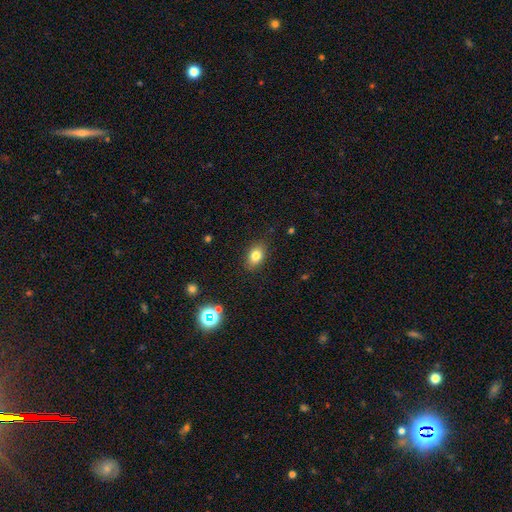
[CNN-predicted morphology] Overall: smooth (80%). How rounded: in between (77%). Merging: none (86%).